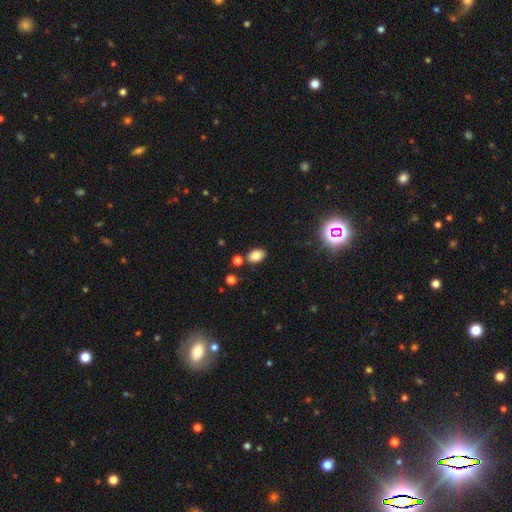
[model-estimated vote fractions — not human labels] A smooth galaxy with no disk features (82%) that is in between round and cigar-shaped (81%).

Vote fractions:
- Smooth or featured? smooth: 82% / star or artifact: 11% / featured or disk: 7%
- How rounded? in between: 81% / round: 17% / cigar-shaped: 1%
- Merging? none: 78% / minor disturbance: 11% / merger: 8% / major disturbance: 3%